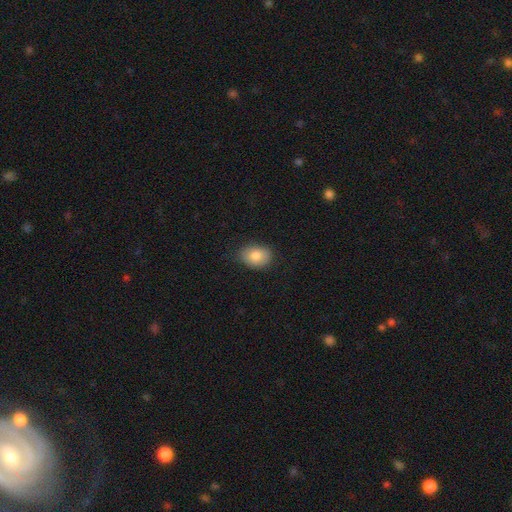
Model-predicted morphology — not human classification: Overall: smooth (81%). How rounded: in between (67%; round 32%). Merging: none (81%).